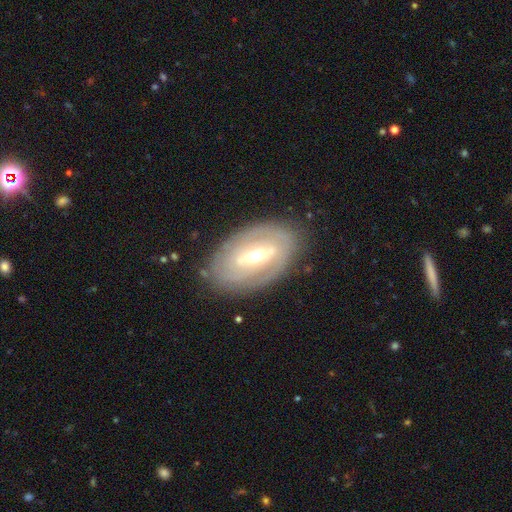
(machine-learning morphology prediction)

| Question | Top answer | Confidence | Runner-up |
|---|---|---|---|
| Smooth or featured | featured or disk | 77% | smooth (17%) |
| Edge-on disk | no | 91% | yes (9%) |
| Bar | strong | 46% | weak (36%) |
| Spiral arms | yes | 65% | no (35%) |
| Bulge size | moderate | 63% | small (31%) |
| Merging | none | 81% | minor disturbance (13%) |